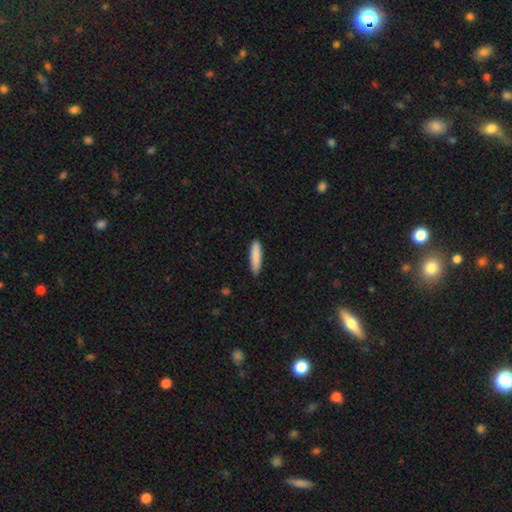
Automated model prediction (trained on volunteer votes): The model was most divided on "how rounded": cigar-shaped: 82%, in between: 17%, round: 1%. More confident: merging — none (89%); smooth or featured — smooth (87%).